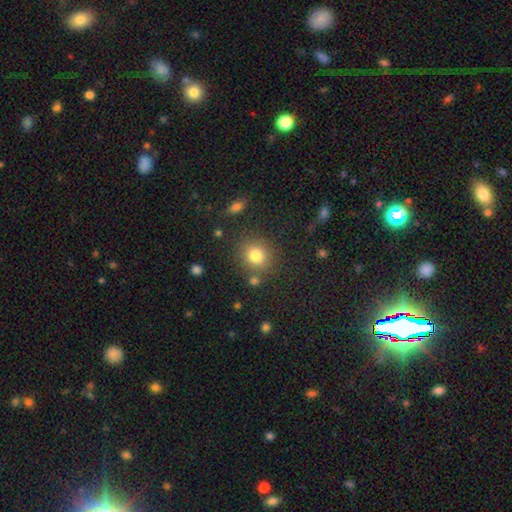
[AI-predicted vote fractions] This is clearly a smooth galaxy (81%). How rounded: clearly round (81%). Merging: likely none (79%).